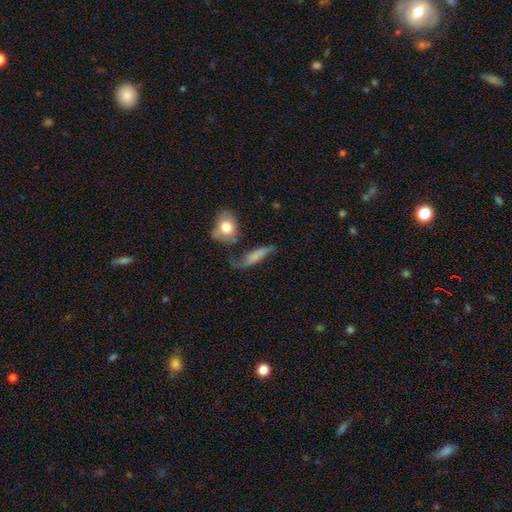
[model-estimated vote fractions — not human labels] Q: Smooth or featured?
A: smooth (47%); runner-up: featured or disk (44%)
Q: Merging?
A: none (43%); runner-up: minor disturbance (26%)